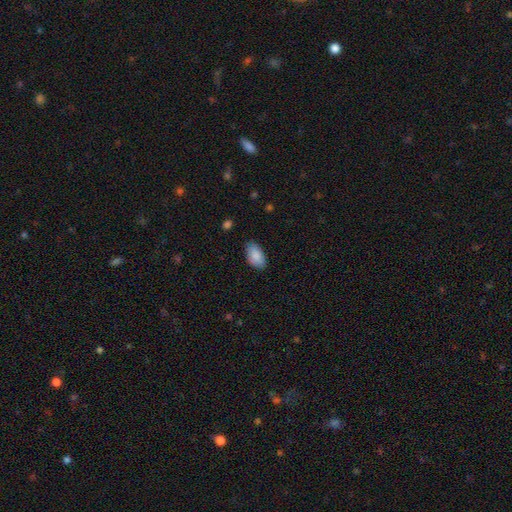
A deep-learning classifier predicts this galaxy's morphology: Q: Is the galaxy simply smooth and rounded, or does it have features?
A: smooth — 88%.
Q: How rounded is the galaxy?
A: in between — 94%.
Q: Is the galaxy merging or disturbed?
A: none — 80%.